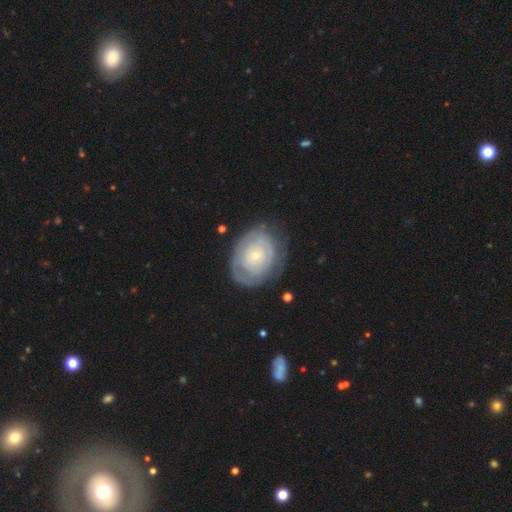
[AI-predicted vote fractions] A featured or disk galaxy (69%) with no bar (87%), spiral arms (63%) and a small central bulge (73%).

Vote fractions:
- Smooth or featured? featured or disk: 69% / smooth: 26% / star or artifact: 5%
- Edge-on disk? no: 96% / yes: 4%
- Bar? no: 87% / weak: 10% / strong: 2%
- Spiral arms? yes: 63% / no: 37%
- Bulge size? small: 73% / moderate: 24% / large: 2% / none: 1% / dominant: 1%
- Merging? none: 70% / minor disturbance: 20% / major disturbance: 9% / merger: 2%